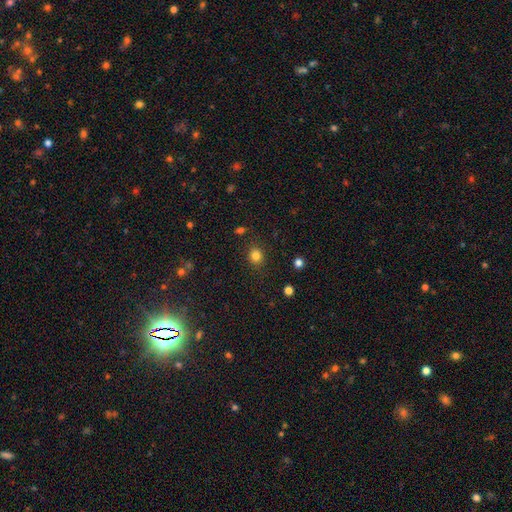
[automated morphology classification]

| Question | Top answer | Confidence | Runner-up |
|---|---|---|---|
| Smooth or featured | smooth | 82% | star or artifact (13%) |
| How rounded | round | 80% | in between (19%) |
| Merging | none | 87% | minor disturbance (8%) |